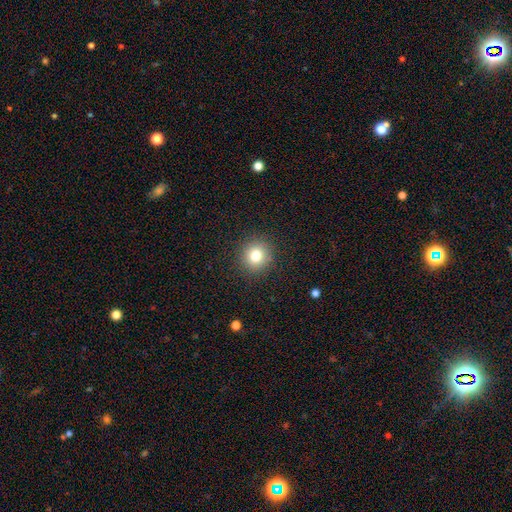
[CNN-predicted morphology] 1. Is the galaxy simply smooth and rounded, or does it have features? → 80% smooth, 12% star or artifact, 8% featured or disk.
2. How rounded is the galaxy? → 91% round, 8% in between, 1% cigar-shaped.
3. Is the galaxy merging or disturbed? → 90% none, 7% minor disturbance, 2% major disturbance, 1% merger.